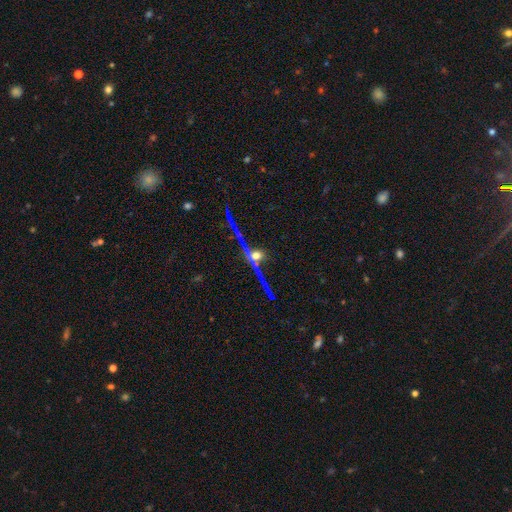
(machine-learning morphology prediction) The model was most divided on "smooth or featured": featured or disk: 64%, star or artifact: 23%, smooth: 13%. More confident: edge-on bulge — rounded (92%); edge-on disk — yes (79%); merging — none (68%).